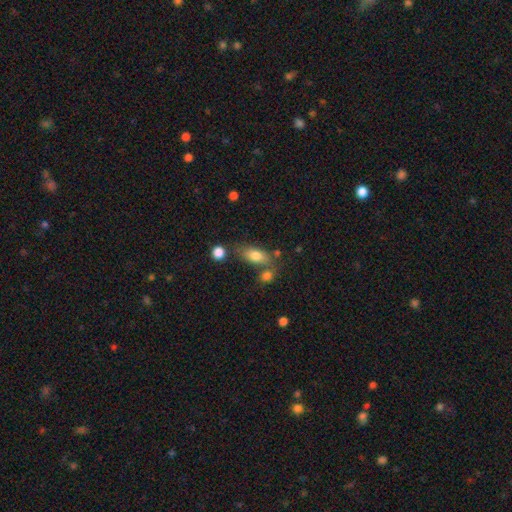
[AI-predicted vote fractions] This is likely a smooth galaxy (77%). How rounded: clearly in between (81%). Merging: likely none (61%).